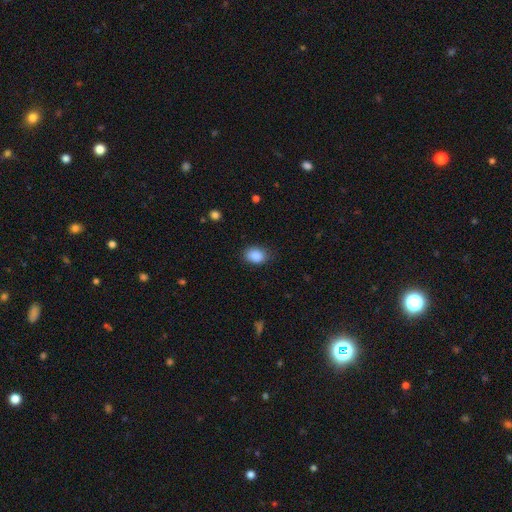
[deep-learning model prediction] Morphology: type=smooth (88%); roundness=in between (72%); merging=none (81%).